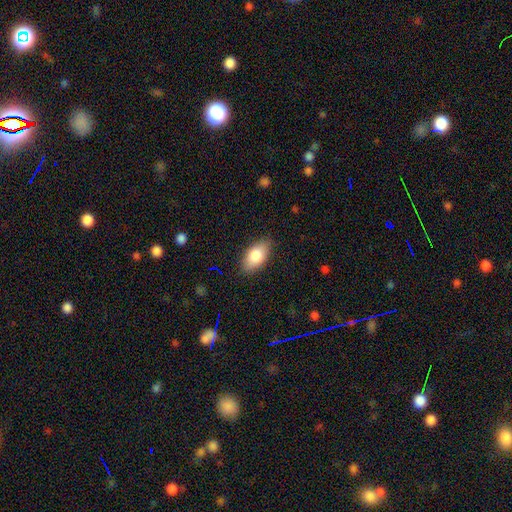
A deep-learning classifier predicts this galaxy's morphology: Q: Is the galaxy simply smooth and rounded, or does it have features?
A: smooth — 81%.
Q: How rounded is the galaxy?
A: in between — 92%.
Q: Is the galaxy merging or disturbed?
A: none — 85%.